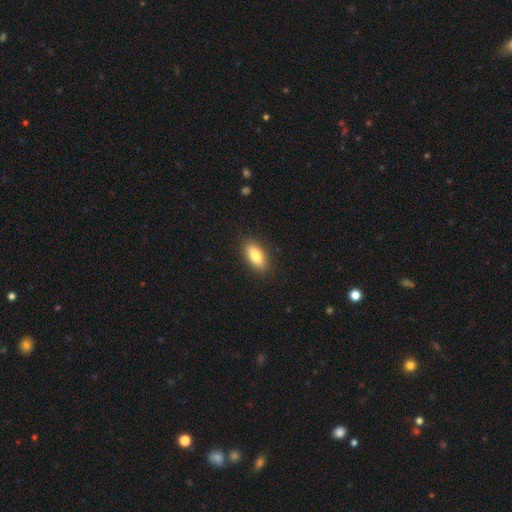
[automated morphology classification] Smooth or featured?
  - smooth: 79% *
  - featured or disk: 15%
  - star or artifact: 7%
How rounded?
  - in between: 84% *
  - cigar-shaped: 13%
  - round: 3%
Merging?
  - none: 89% *
  - minor disturbance: 8%
  - major disturbance: 2%
  - merger: 1%